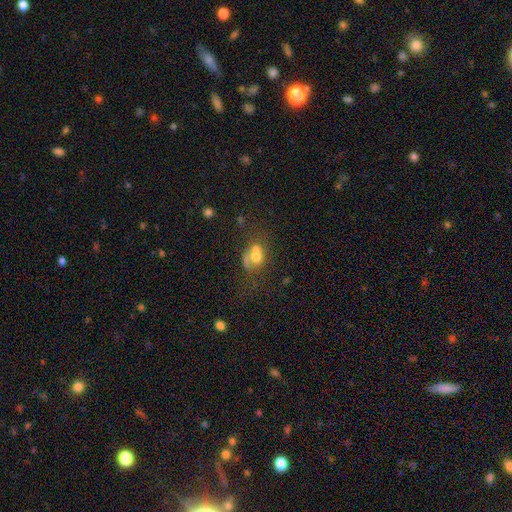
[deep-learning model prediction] Smooth or featured?
  - smooth: 56% *
  - featured or disk: 30%
  - star or artifact: 13%
How rounded?
  - in between: 72% *
  - round: 25%
  - cigar-shaped: 3%
Merging?
  - none: 34% *
  - merger: 22%
  - major disturbance: 22%
  - minor disturbance: 21%